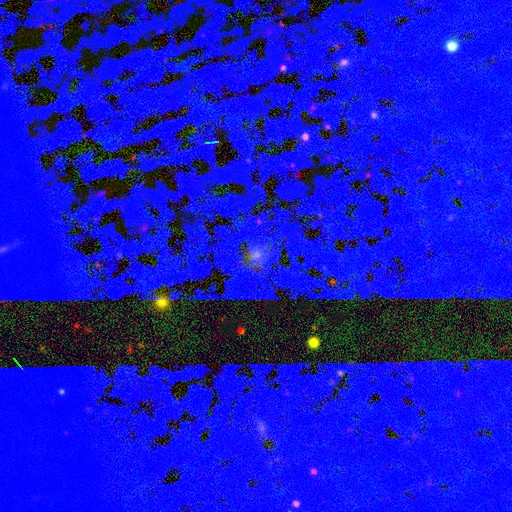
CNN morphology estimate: A star or artifact, not a galaxy (85%).

Vote fractions:
- Smooth or featured? star or artifact: 85% / smooth: 8% / featured or disk: 7%